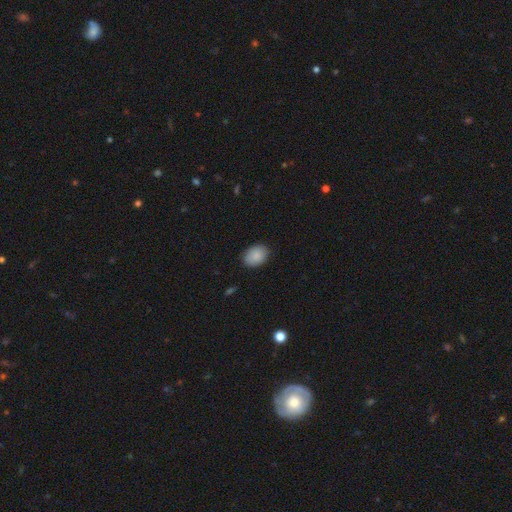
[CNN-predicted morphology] This is clearly a smooth galaxy (88%). How rounded: likely in between (76%). Merging: clearly none (85%).